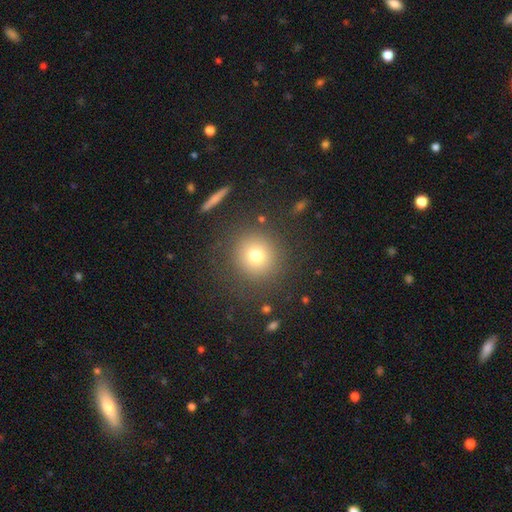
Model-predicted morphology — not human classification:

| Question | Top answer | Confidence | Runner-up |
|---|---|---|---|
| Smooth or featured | smooth | 74% | star or artifact (15%) |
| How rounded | round | 93% | in between (6%) |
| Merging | none | 85% | minor disturbance (8%) |